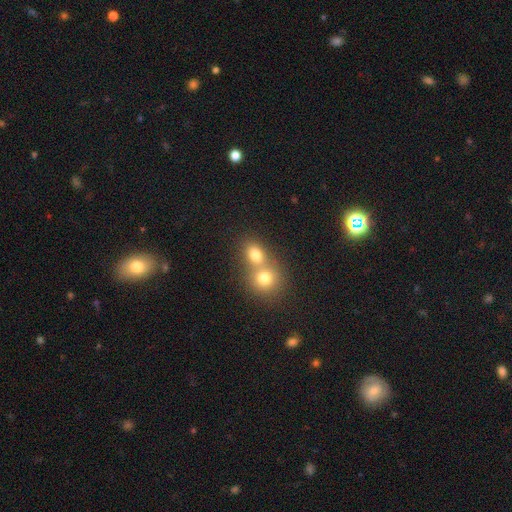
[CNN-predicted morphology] smooth-or-featured: smooth: 69% | star or artifact: 18% | featured or disk: 13%
  how-rounded: round: 68% | in between: 31% | cigar-shaped: 1%
  merging: merger: 56% | none: 35% | minor disturbance: 6% | major disturbance: 3%